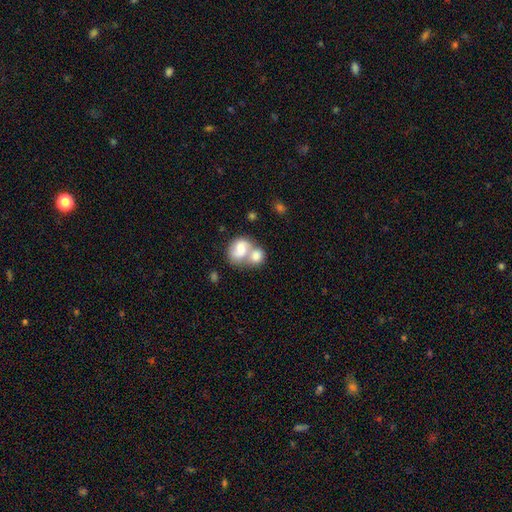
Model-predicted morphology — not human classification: Overall: smooth (63%; featured or disk 30%). How rounded: round (52%; in between 47%). Merging: merger (69%).